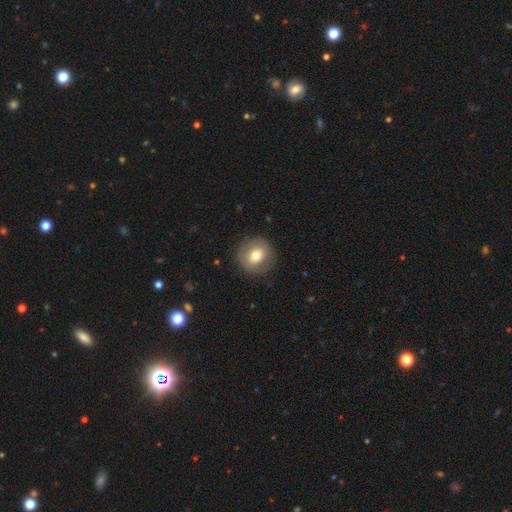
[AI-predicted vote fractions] Smooth or featured?
  - smooth: 75% *
  - featured or disk: 17%
  - star or artifact: 9%
How rounded?
  - round: 88% *
  - in between: 11%
  - cigar-shaped: 1%
Merging?
  - none: 87% *
  - minor disturbance: 8%
  - major disturbance: 3%
  - merger: 1%